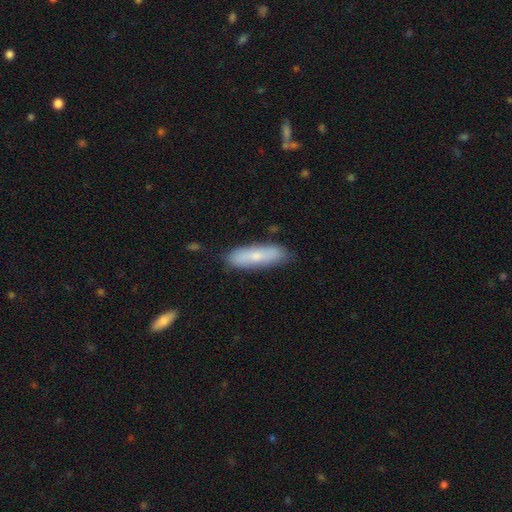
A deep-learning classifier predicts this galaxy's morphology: A smooth galaxy with no disk features (67%) that is cigar-shaped (65%).

Vote fractions:
- Smooth or featured? smooth: 67% / featured or disk: 27% / star or artifact: 7%
- How rounded? cigar-shaped: 65% / in between: 33% / round: 2%
- Merging? none: 83% / minor disturbance: 13% / major disturbance: 2% / merger: 2%